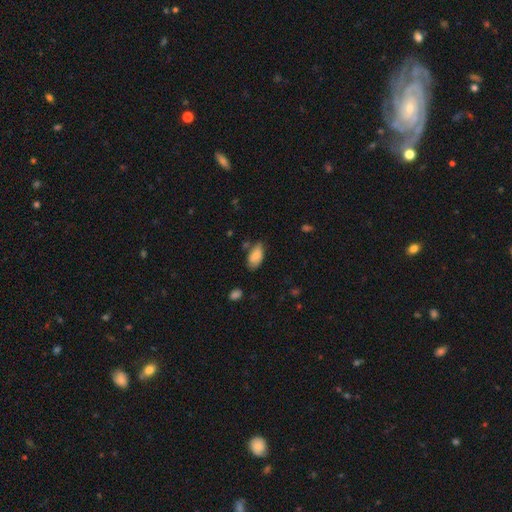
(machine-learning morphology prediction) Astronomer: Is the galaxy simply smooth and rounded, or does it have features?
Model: smooth — 81%.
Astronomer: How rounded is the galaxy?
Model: in between — 93%.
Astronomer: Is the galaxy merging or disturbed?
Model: none — 62%.